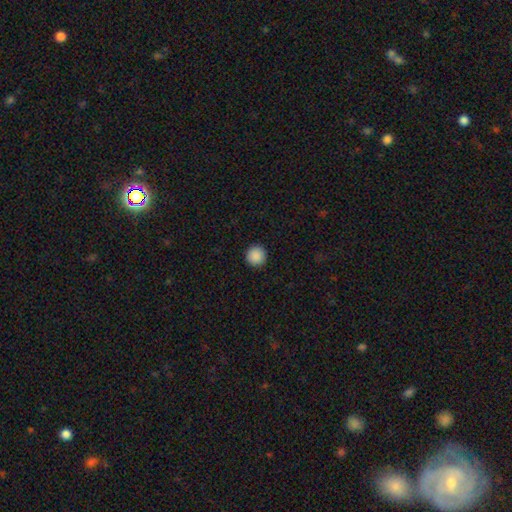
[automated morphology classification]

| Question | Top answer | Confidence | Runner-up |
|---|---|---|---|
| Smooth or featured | smooth | 89% | star or artifact (8%) |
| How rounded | round | 96% | in between (3%) |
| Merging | none | 93% | minor disturbance (4%) |